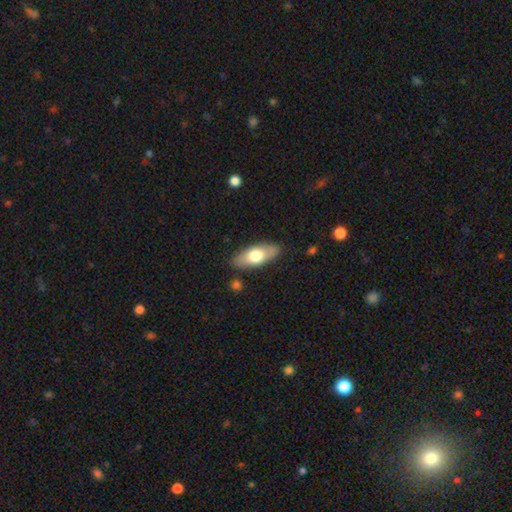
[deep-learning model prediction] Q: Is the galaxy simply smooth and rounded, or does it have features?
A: smooth — 65%.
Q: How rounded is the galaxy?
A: in between — 76%.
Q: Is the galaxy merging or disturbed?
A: none — 86%.